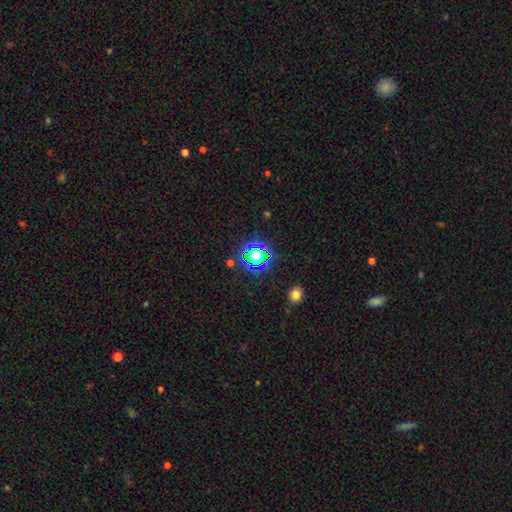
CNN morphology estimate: Smooth or featured? Predicted: star or artifact (p=0.60).